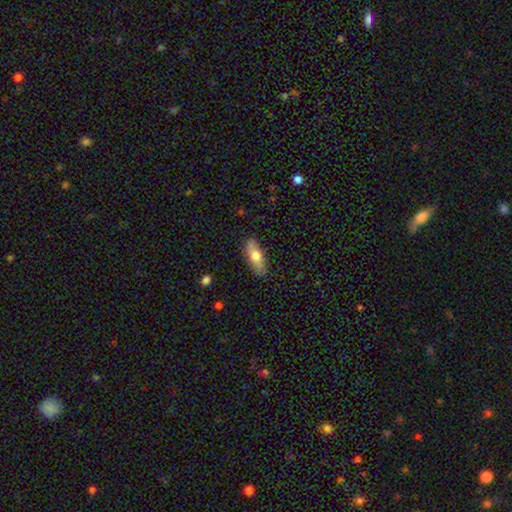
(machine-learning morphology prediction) The model was most divided on "smooth or featured": smooth: 65%, featured or disk: 29%, star or artifact: 6%. More confident: merging — none (80%); how rounded — in between (69%).